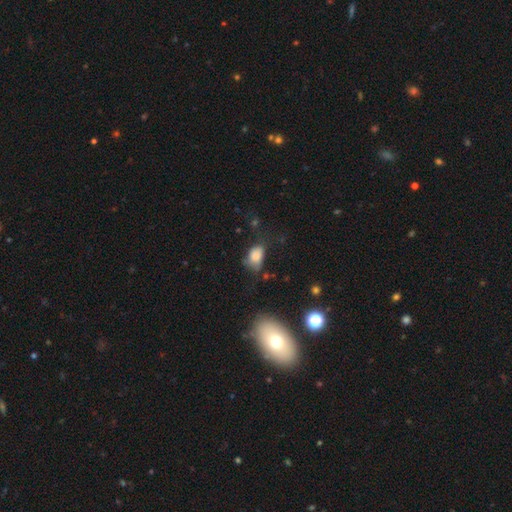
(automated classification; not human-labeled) Q: Smooth or featured?
A: smooth (78%); runner-up: star or artifact (11%)
Q: How rounded?
A: in between (79%); runner-up: round (19%)
Q: Merging?
A: minor disturbance (34%); tied with: none (34%)